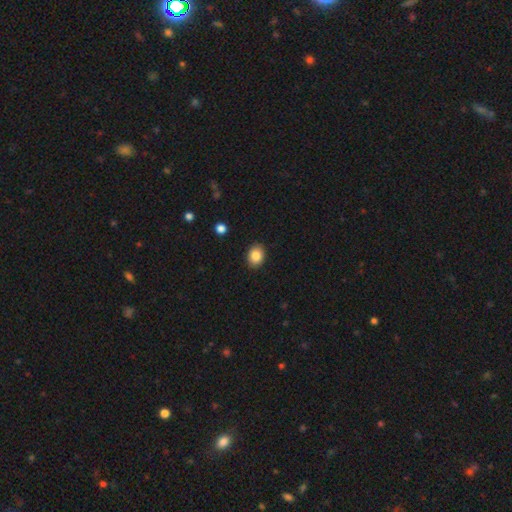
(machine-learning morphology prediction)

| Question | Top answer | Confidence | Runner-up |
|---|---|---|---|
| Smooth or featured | smooth | 86% | star or artifact (9%) |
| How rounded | in between | 60% | round (39%) |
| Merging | none | 90% | minor disturbance (7%) |